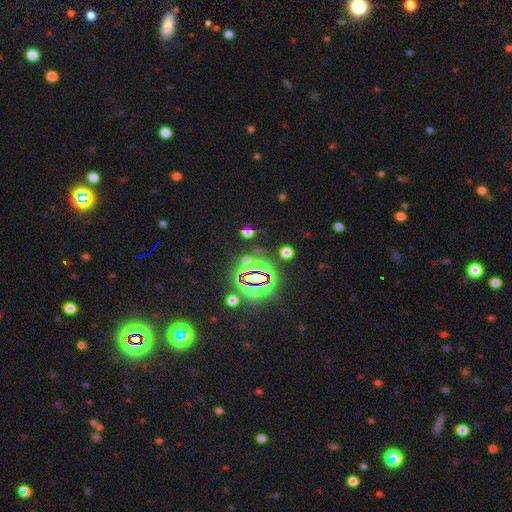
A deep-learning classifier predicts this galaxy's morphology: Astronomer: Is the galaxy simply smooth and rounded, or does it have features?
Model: star or artifact — 80%.